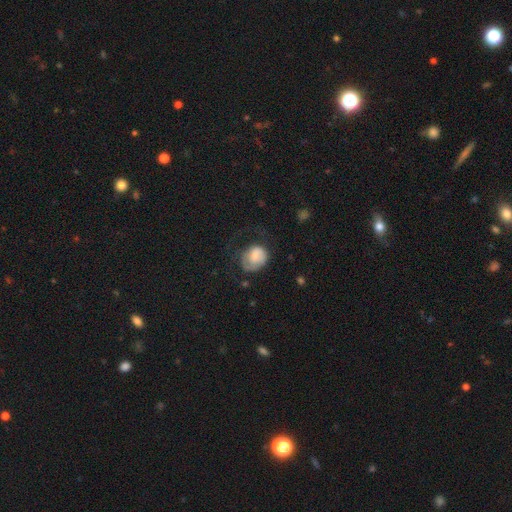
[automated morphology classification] smooth-or-featured: smooth: 67% | featured or disk: 25% | star or artifact: 7%
  how-rounded: round: 59% | in between: 40% | cigar-shaped: 1%
  merging: none: 36% | major disturbance: 35% | minor disturbance: 27% | merger: 2%